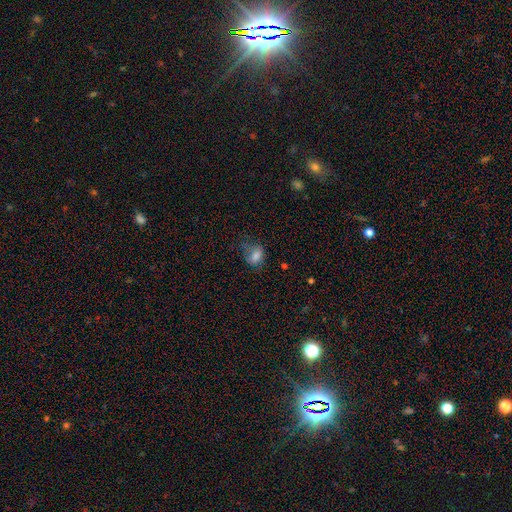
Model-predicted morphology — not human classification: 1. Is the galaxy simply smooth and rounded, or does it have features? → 76% smooth, 12% featured or disk, 12% star or artifact.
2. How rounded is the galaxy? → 75% in between, 23% round, 2% cigar-shaped.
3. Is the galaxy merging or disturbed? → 40% none, 30% minor disturbance, 27% major disturbance, 2% merger.